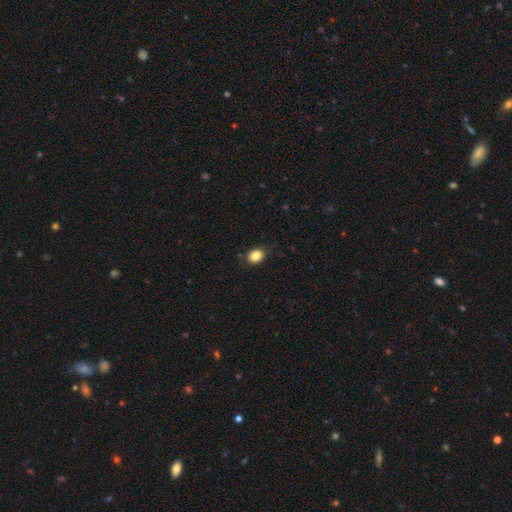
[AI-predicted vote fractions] Smooth or featured? Predicted: smooth (p=0.85). How rounded? Predicted: in between (p=0.58). Merging? Predicted: none (p=0.85).